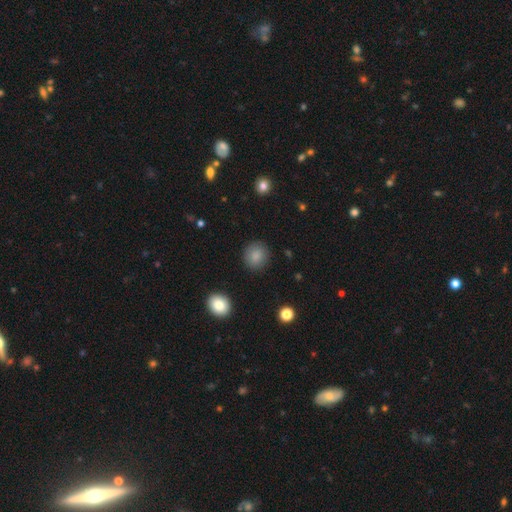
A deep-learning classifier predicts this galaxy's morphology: The model was most divided on "how rounded": round: 86%, in between: 13%, cigar-shaped: 1%. More confident: merging — none (88%); smooth or featured — smooth (87%).